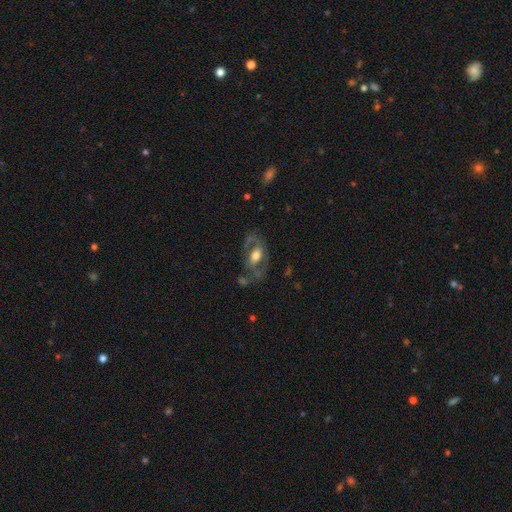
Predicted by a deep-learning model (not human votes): Q: Smooth or featured?
A: featured or disk (70%); runner-up: smooth (23%)
Q: Edge-on disk?
A: no (93%); runner-up: yes (7%)
Q: Bar?
A: no (44%); runner-up: weak (35%)
Q: Spiral arms?
A: yes (68%); runner-up: no (32%)
Q: Bulge size?
A: moderate (60%); runner-up: large (24%)
Q: Merging?
A: none (57%); runner-up: minor disturbance (20%)